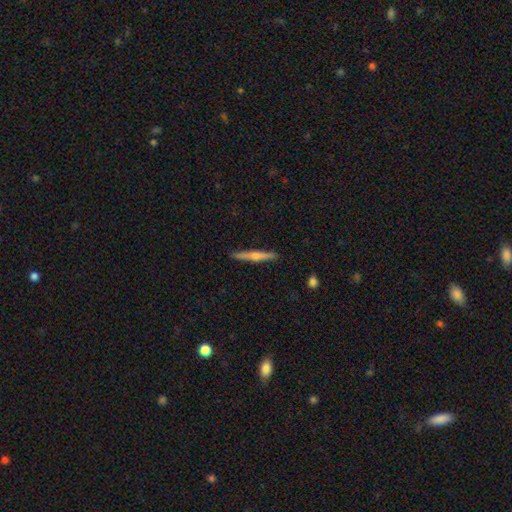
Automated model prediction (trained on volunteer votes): A featured or disk galaxy (67%) viewed edge-on (98%) with a rounded central bulge (85%). Merging: none (91%).